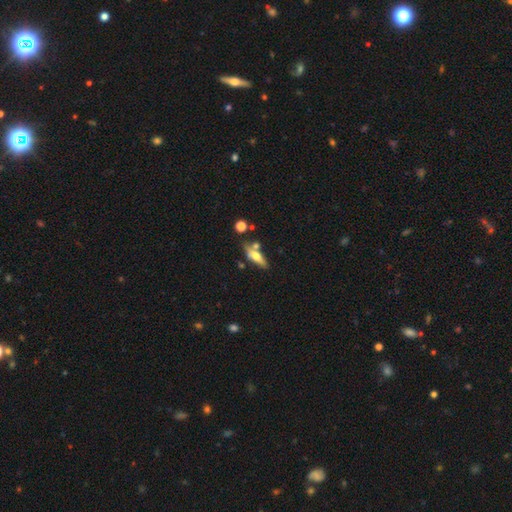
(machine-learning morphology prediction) This is possibly a smooth galaxy (51%). How rounded: possibly cigar-shaped (48%, tied with in between). Merging: possibly none (58%).